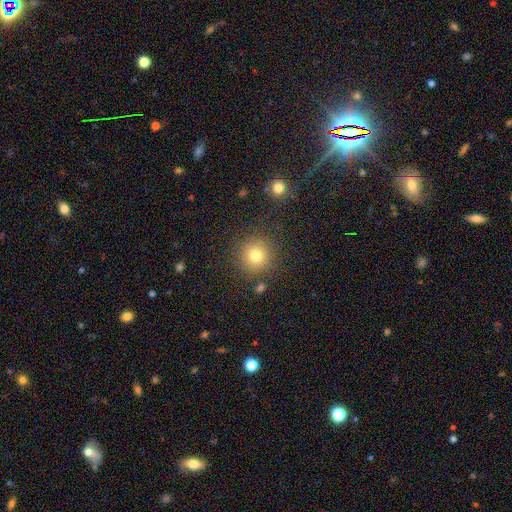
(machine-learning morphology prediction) Overall: smooth (79%). How rounded: round (93%). Merging: none (85%).